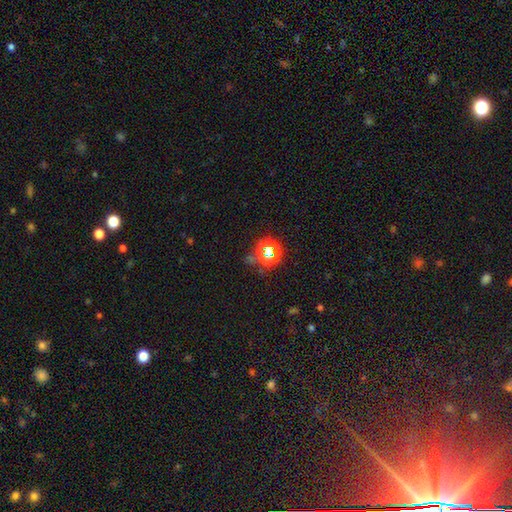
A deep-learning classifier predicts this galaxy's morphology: type=star or artifact (52%).